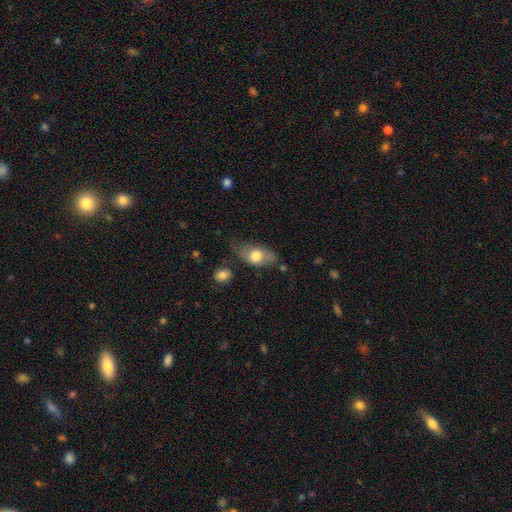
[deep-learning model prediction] Smooth or featured: smooth — 68% (featured or disk — 25%)
How rounded: in between — 83% (round — 11%)
Merging: none — 55% (minor disturbance — 29%)